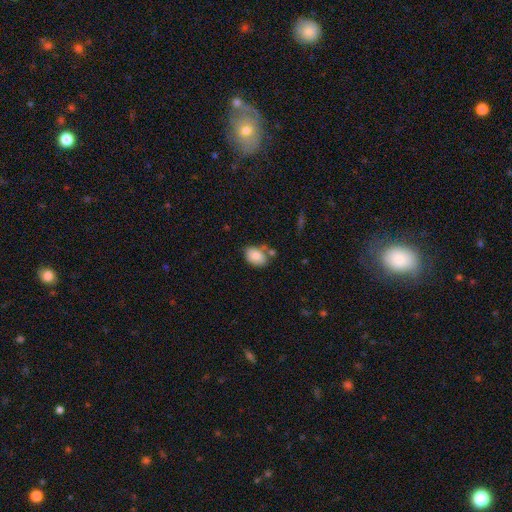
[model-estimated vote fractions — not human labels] Smooth or featured: smooth — 85% (featured or disk — 8%)
How rounded: in between — 80% (round — 19%)
Merging: none — 61% (minor disturbance — 20%)